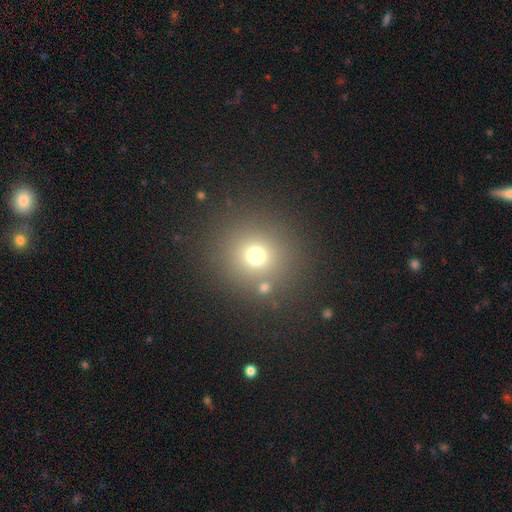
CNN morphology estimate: This is likely a smooth galaxy (70%). How rounded: clearly round (92%). Merging: clearly none (81%).